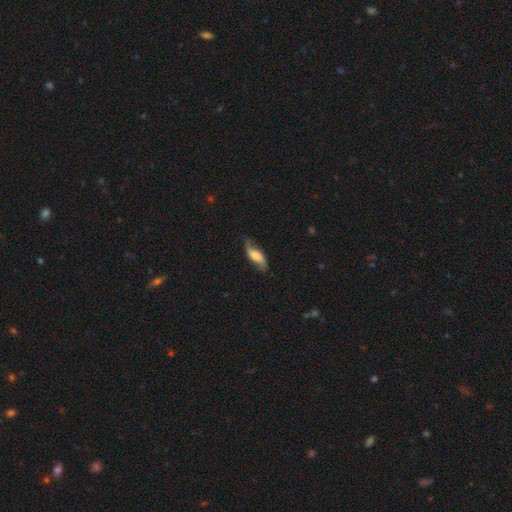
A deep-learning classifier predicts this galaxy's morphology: Smooth or featured: featured or disk — 47% (smooth — 46%)
Merging: none — 67% (minor disturbance — 24%)